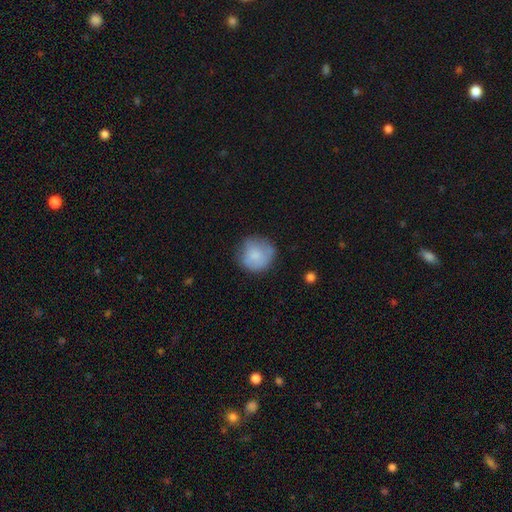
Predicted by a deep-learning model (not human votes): Morphology: type=smooth (75%); roundness=round (89%); merging=none (60%).